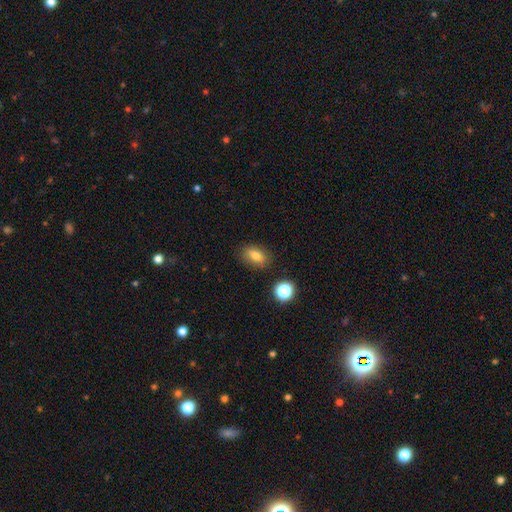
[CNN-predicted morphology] smooth-or-featured: smooth: 78% | star or artifact: 11% | featured or disk: 11%
  how-rounded: in between: 81% | round: 15% | cigar-shaped: 4%
  merging: none: 82% | minor disturbance: 12% | major disturbance: 3% | merger: 3%